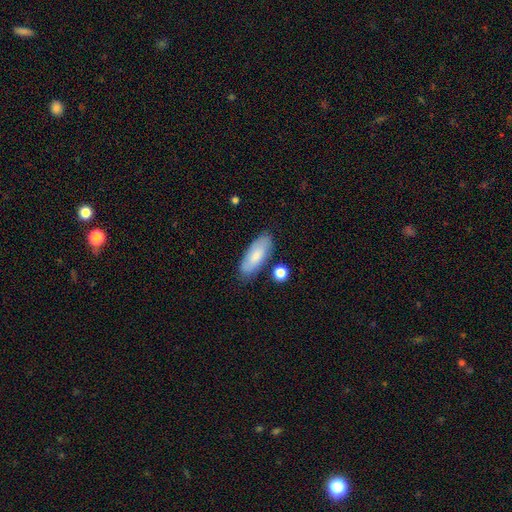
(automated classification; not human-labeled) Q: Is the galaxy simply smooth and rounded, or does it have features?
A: smooth — 75%.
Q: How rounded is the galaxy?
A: in between — 76%.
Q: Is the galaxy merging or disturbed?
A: none — 77%.